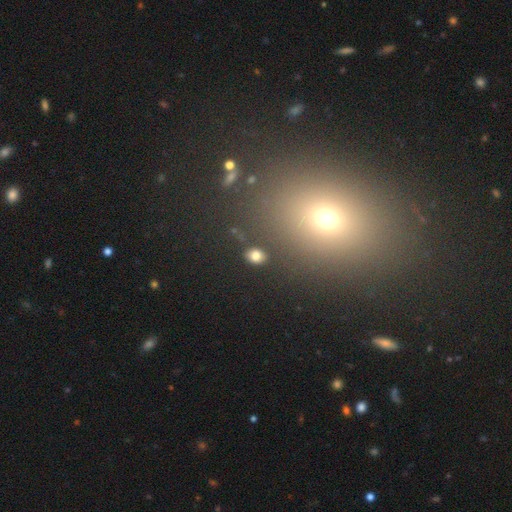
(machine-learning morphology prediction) smooth_or_featured: smooth (p=0.80) [alt: star or artifact p=0.14]
how_rounded: in between (p=0.64) [alt: round p=0.35]
merging: none (p=0.85) [alt: minor disturbance p=0.09]